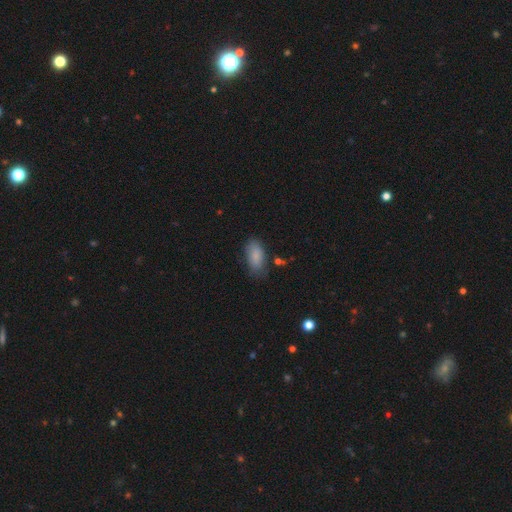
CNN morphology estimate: Smooth or featured?
  - smooth: 85% *
  - featured or disk: 8%
  - star or artifact: 7%
How rounded?
  - in between: 92% *
  - cigar-shaped: 5%
  - round: 3%
Merging?
  - none: 69% *
  - minor disturbance: 22%
  - major disturbance: 6%
  - merger: 3%